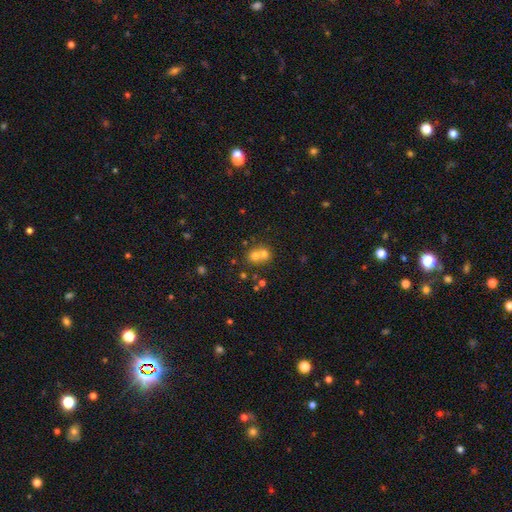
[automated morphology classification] smooth_or_featured: smooth (p=0.66) [alt: featured or disk p=0.19]
how_rounded: round (p=0.79) [alt: in between p=0.20]
merging: merger (p=0.63) [alt: none p=0.30]